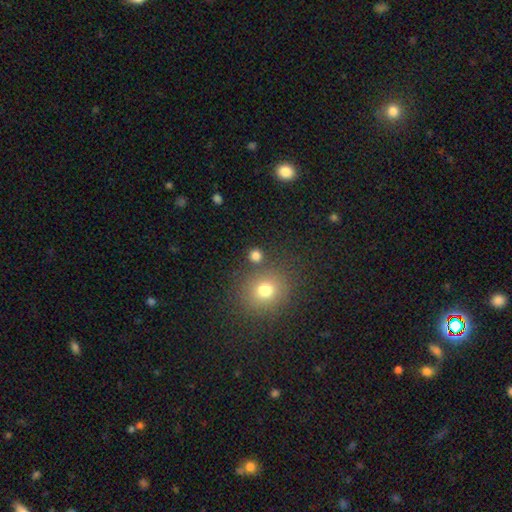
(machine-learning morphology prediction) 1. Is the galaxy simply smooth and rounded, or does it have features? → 78% smooth, 16% star or artifact, 6% featured or disk.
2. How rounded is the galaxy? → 88% round, 11% in between, 1% cigar-shaped.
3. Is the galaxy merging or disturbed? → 81% none, 9% merger, 7% minor disturbance, 3% major disturbance.